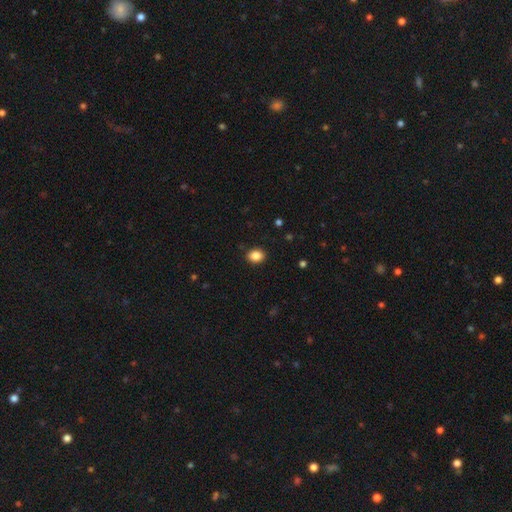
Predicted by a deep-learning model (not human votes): Smooth or featured? smooth (87%)
How rounded? round (50%)
Merging? none (90%)